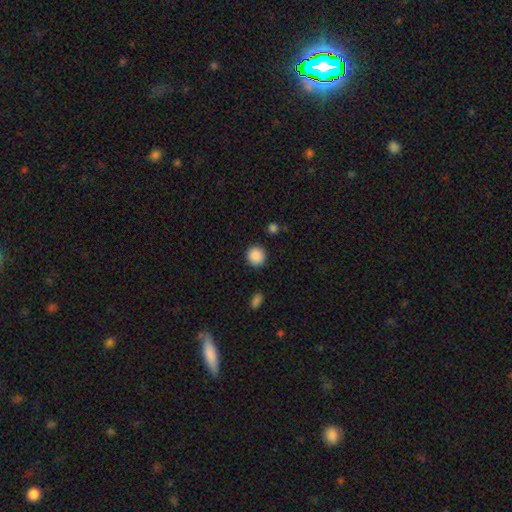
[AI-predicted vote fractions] This is clearly a smooth galaxy (89%). How rounded: clearly round (93%). Merging: clearly none (90%).